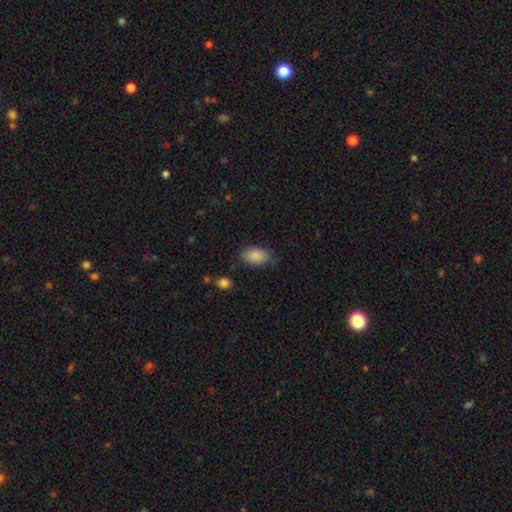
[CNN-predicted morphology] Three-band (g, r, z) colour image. It shows a smooth galaxy with no disk features (88%) that is in between round and cigar-shaped (91%). Merging: none (77%).